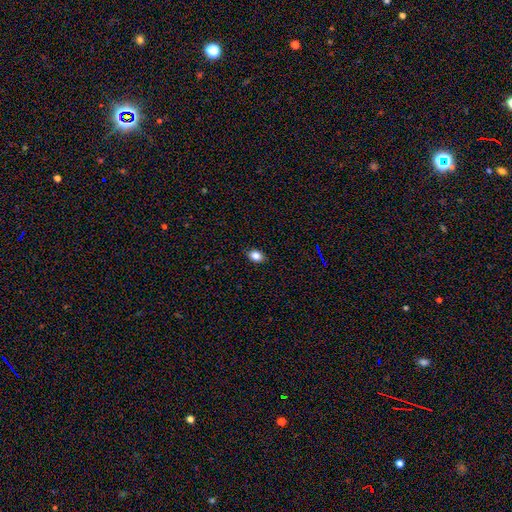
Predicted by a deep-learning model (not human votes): smooth_or_featured: smooth (p=0.84) [alt: star or artifact p=0.10]
how_rounded: in between (p=0.76) [alt: round p=0.23]
merging: none (p=0.88) [alt: minor disturbance p=0.09]